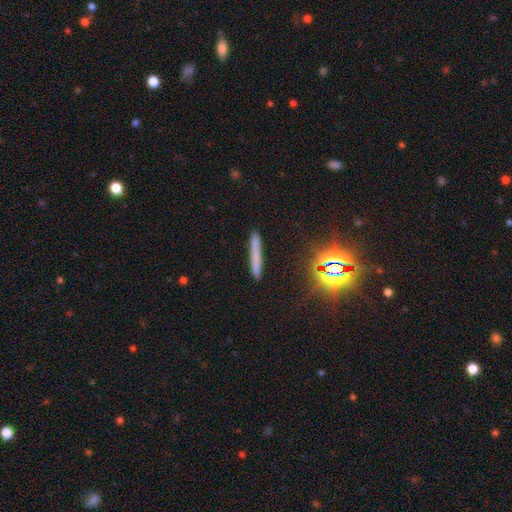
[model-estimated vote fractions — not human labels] Smooth or featured?
  - smooth: 60% *
  - featured or disk: 22%
  - star or artifact: 18%
How rounded?
  - cigar-shaped: 95% *
  - in between: 3%
  - round: 2%
Merging?
  - none: 89% *
  - minor disturbance: 8%
  - major disturbance: 2%
  - merger: 2%